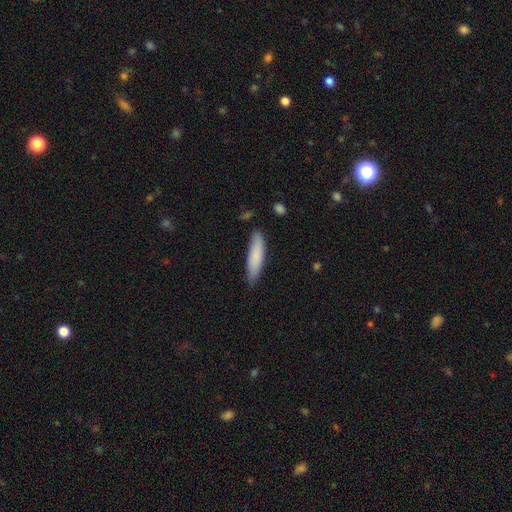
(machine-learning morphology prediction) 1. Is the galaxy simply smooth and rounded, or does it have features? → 82% smooth, 12% featured or disk, 6% star or artifact.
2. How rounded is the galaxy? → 76% cigar-shaped, 23% in between, 1% round.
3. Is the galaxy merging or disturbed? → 81% none, 15% minor disturbance, 2% major disturbance, 2% merger.